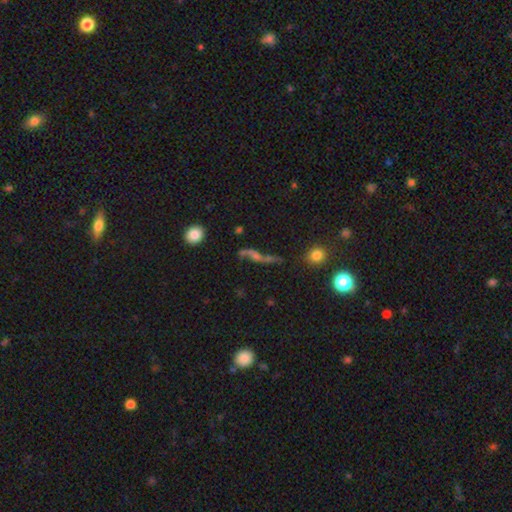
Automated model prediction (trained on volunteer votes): featured or disk 57%, smooth 25%, star or artifact 18%. Down the decision tree: edge-on disk — no (63%); merging — none (57%).